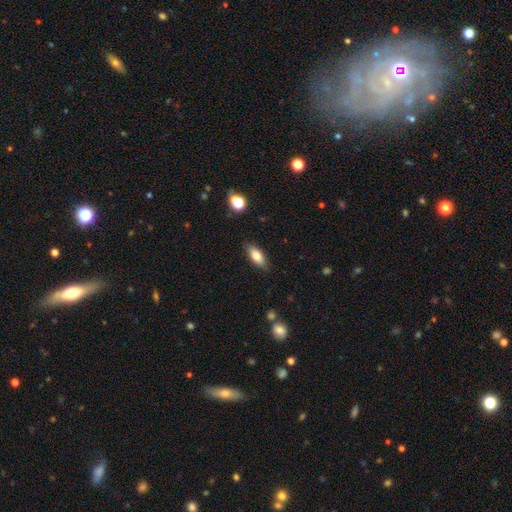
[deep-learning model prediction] Smooth or featured? smooth (78%)
How rounded? in between (78%)
Merging? none (85%)